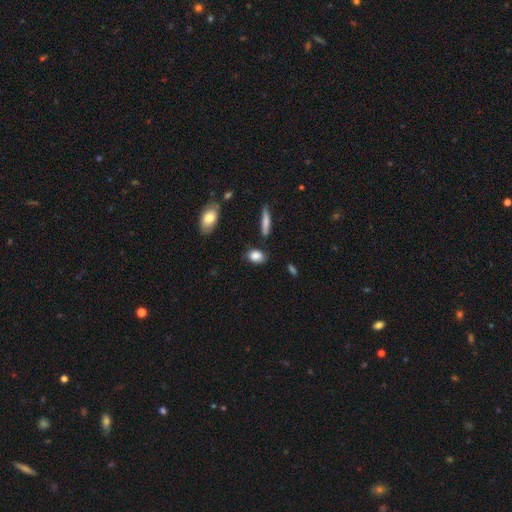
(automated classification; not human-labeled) smooth-or-featured: smooth: 85% | star or artifact: 8% | featured or disk: 7%
  how-rounded: in between: 78% | round: 18% | cigar-shaped: 4%
  merging: none: 73% | minor disturbance: 18% | major disturbance: 4% | merger: 4%